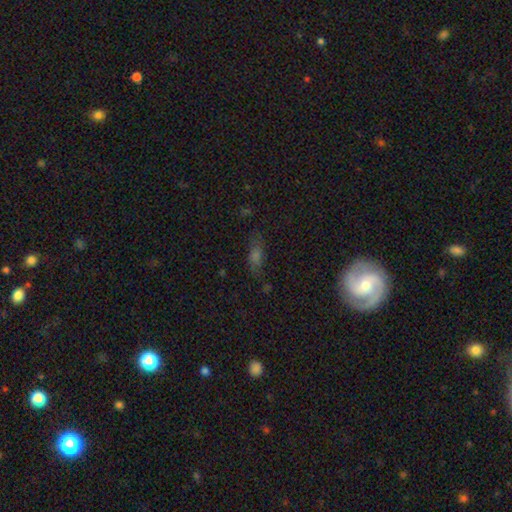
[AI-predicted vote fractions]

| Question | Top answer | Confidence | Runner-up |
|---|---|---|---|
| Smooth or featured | smooth | 41% | featured or disk (37%) |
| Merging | none | 72% | minor disturbance (17%) |